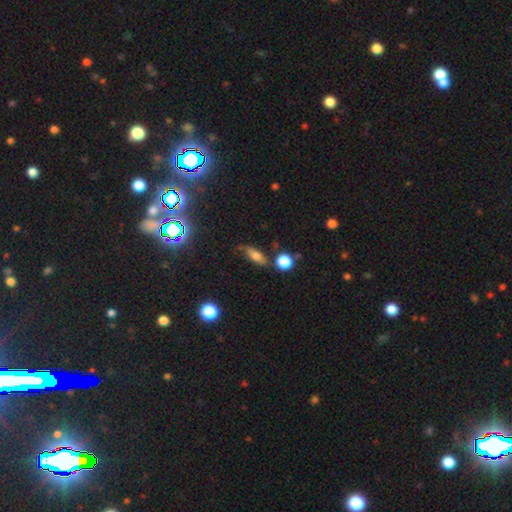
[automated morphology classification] type=smooth (64%); roundness=in between (63%); merging=none (60%).